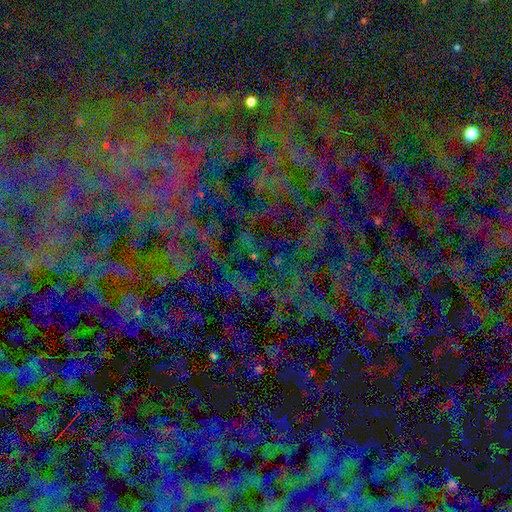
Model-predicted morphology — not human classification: Smooth or featured? star or artifact (79%)